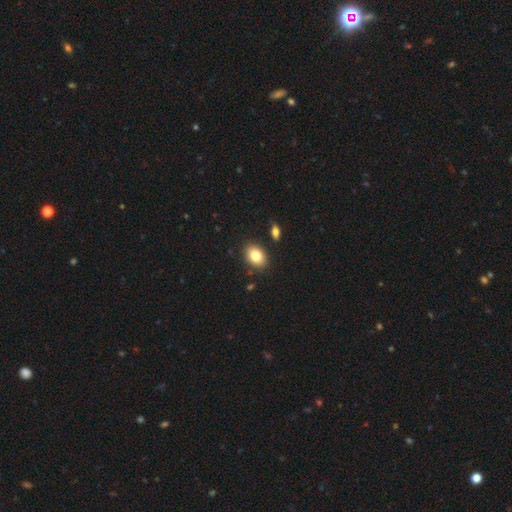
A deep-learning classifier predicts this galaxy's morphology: A smooth galaxy with no disk features (81%) that is in between round and cigar-shaped (74%).

Vote fractions:
- Smooth or featured? smooth: 81% / featured or disk: 10% / star or artifact: 9%
- How rounded? in between: 74% / round: 25% / cigar-shaped: 1%
- Merging? none: 85% / minor disturbance: 9% / merger: 3% / major disturbance: 2%